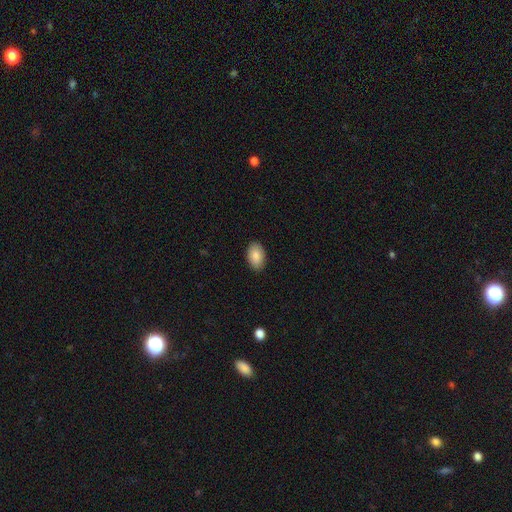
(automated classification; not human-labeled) Morphology: type=smooth (87%); roundness=in between (91%); merging=none (89%).